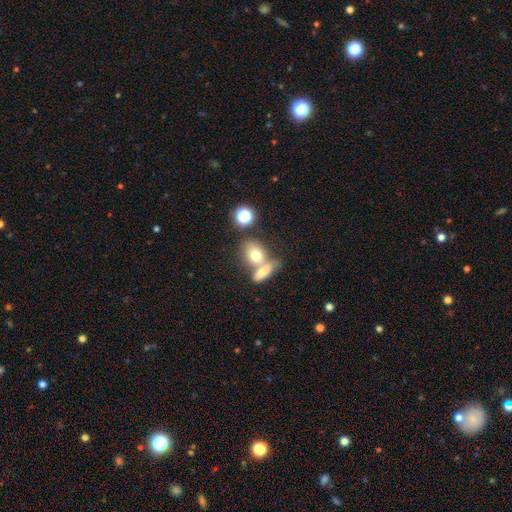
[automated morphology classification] A smooth galaxy with no disk features (71%) that is in between round and cigar-shaped (65%).

Vote fractions:
- Smooth or featured? smooth: 71% / featured or disk: 18% / star or artifact: 11%
- How rounded? in between: 65% / round: 32% / cigar-shaped: 4%
- Merging? merger: 50% / none: 36% / minor disturbance: 9% / major disturbance: 4%